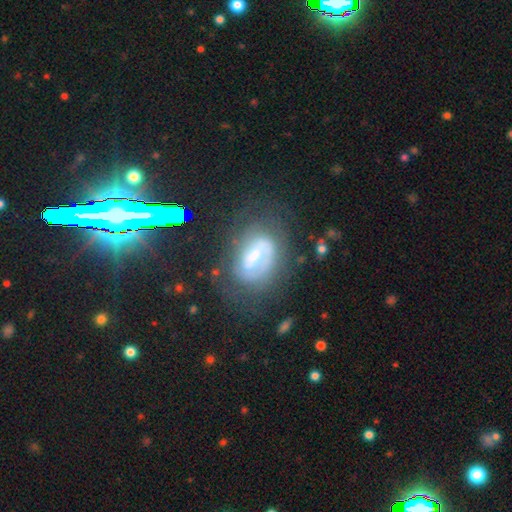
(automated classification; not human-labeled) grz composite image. It shows a featured or disk galaxy (70%) with a weak bar (42%), 2 (41%) tight (51%) spiral arms (76%) and a moderate central bulge (39%, tied with small). Merging: none (59%).